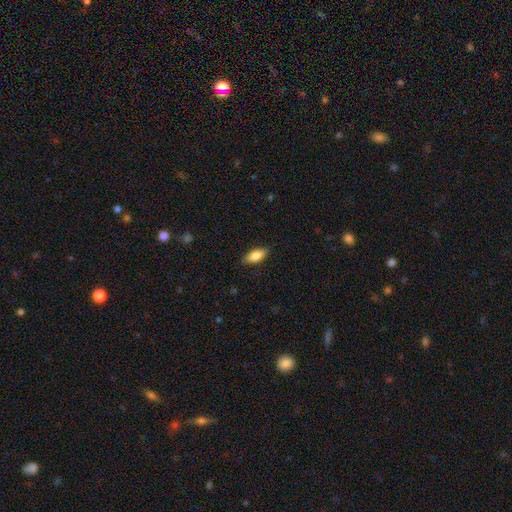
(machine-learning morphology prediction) Overall: smooth (82%). How rounded: in between (83%). Merging: none (85%).